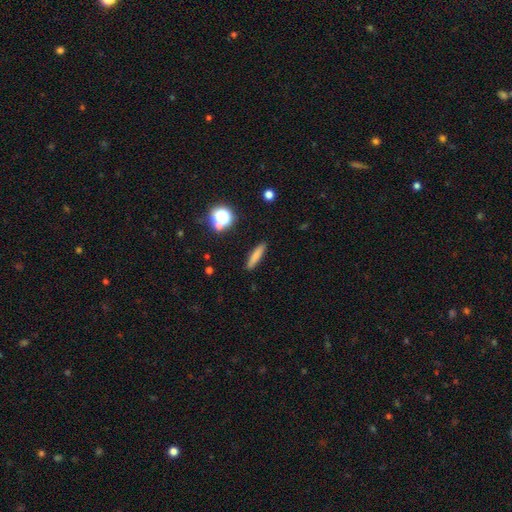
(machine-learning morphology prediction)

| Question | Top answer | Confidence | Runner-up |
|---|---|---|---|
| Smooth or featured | smooth | 76% | featured or disk (13%) |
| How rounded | cigar-shaped | 86% | in between (11%) |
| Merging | none | 89% | minor disturbance (7%) |